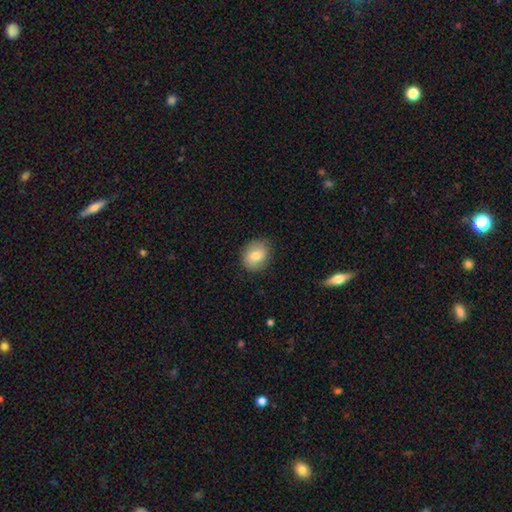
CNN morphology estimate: smooth 79%, featured or disk 13%, star or artifact 8%. Down the decision tree: how rounded — round (56%); merging — none (84%).